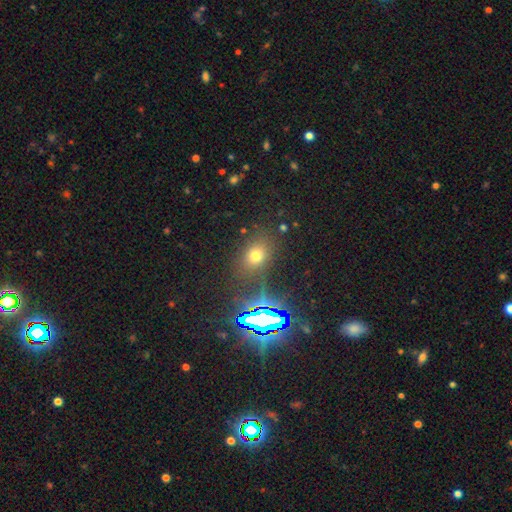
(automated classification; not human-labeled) smooth_or_featured: smooth (p=0.60) [alt: star or artifact p=0.30]
how_rounded: in between (p=0.57) [alt: round p=0.41]
merging: none (p=0.79) [alt: minor disturbance p=0.11]